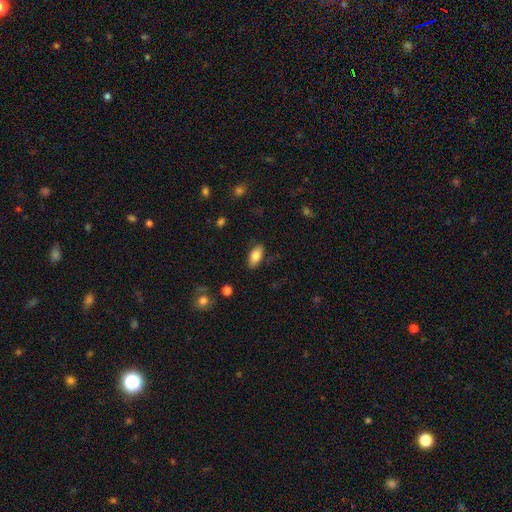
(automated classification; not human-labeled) Smooth or featured?
  - smooth: 80% *
  - featured or disk: 13%
  - star or artifact: 7%
How rounded?
  - in between: 89% *
  - cigar-shaped: 8%
  - round: 3%
Merging?
  - none: 86% *
  - minor disturbance: 11%
  - major disturbance: 2%
  - merger: 1%